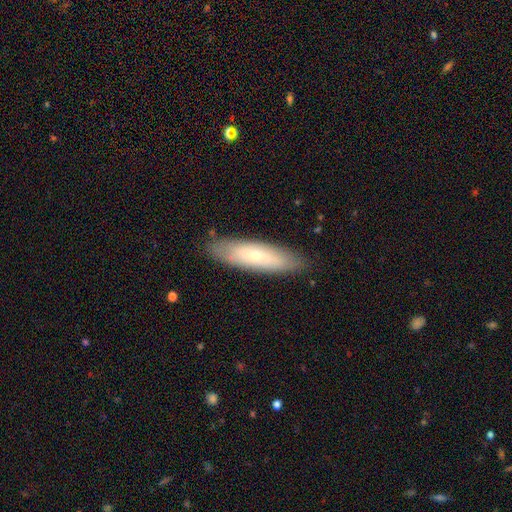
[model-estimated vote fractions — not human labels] A smooth galaxy with no disk features (56%) that is cigar-shaped (61%). Merging: none (85%).